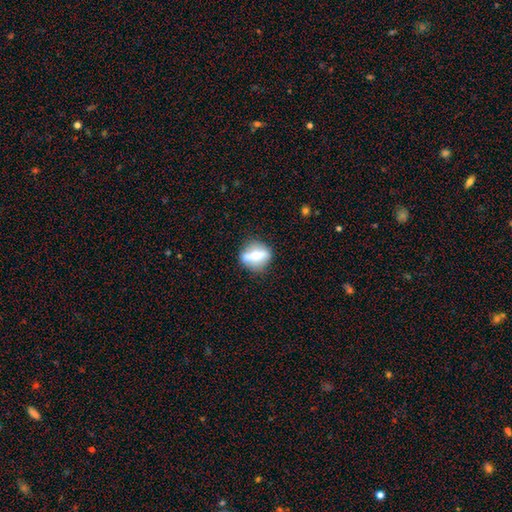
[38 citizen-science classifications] Smooth or featured? smooth (53%)
How rounded? round (55%)
Merging? none (92%)